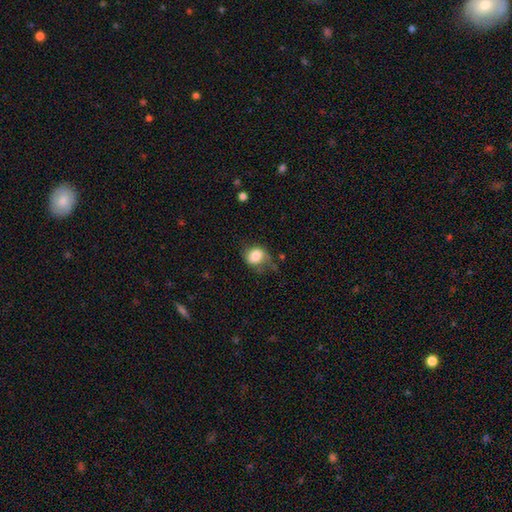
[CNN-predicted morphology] smooth_or_featured: smooth (p=0.78) [alt: featured or disk p=0.14]
how_rounded: round (p=0.66) [alt: in between p=0.33]
merging: none (p=0.46) [alt: minor disturbance p=0.32]